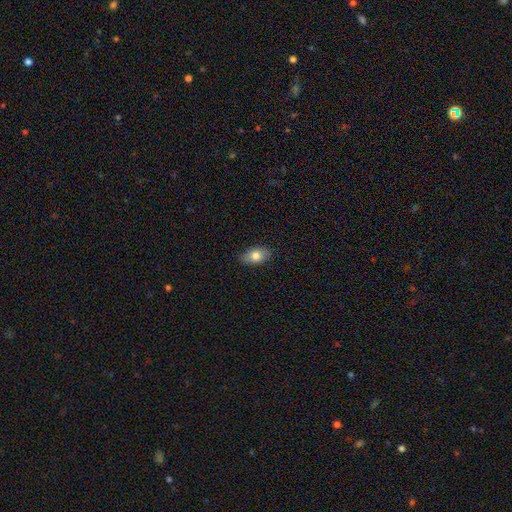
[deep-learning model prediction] smooth_or_featured: smooth (p=0.78) [alt: featured or disk p=0.14]
how_rounded: in between (p=0.90) [alt: round p=0.08]
merging: none (p=0.86) [alt: minor disturbance p=0.11]